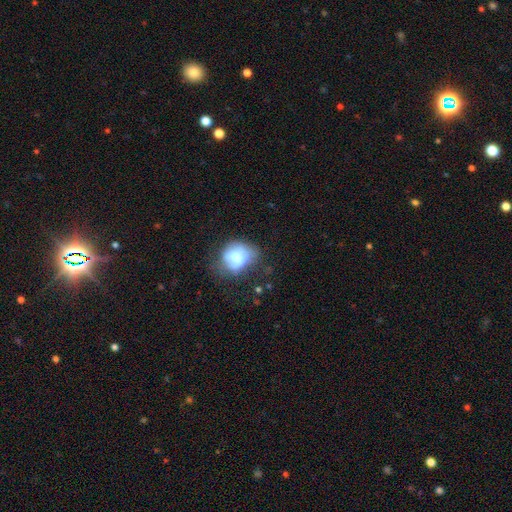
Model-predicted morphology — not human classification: A smooth galaxy with no disk features (55%) that is round (57%).

Vote fractions:
- Smooth or featured? smooth: 55% / featured or disk: 29% / star or artifact: 16%
- How rounded? round: 57% / in between: 41% / cigar-shaped: 1%
- Merging? none: 57% / minor disturbance: 26% / major disturbance: 13% / merger: 5%